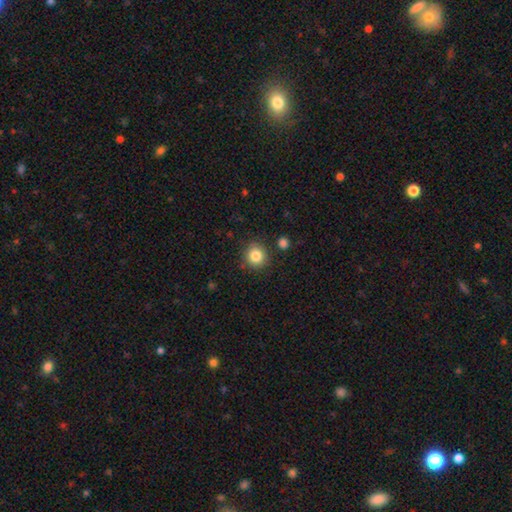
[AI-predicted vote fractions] A smooth galaxy with no disk features (84%) that is round (90%). Merging: none (86%).